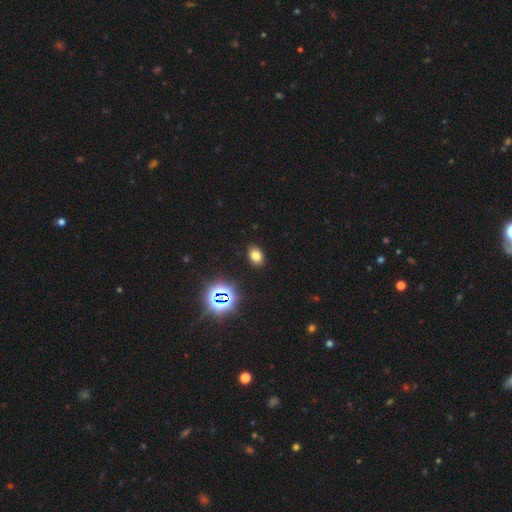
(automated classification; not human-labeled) Smooth or featured? smooth (73%)
How rounded? in between (75%)
Merging? none (88%)